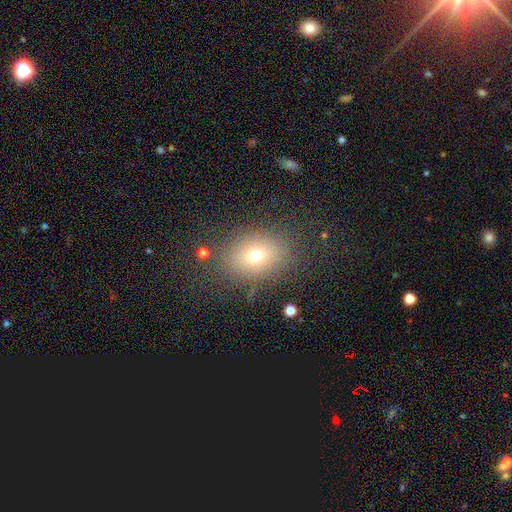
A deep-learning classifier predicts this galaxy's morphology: Smooth or featured: smooth — 69% (star or artifact — 17%)
How rounded: in between — 57% (round — 42%)
Merging: none — 81% (minor disturbance — 11%)